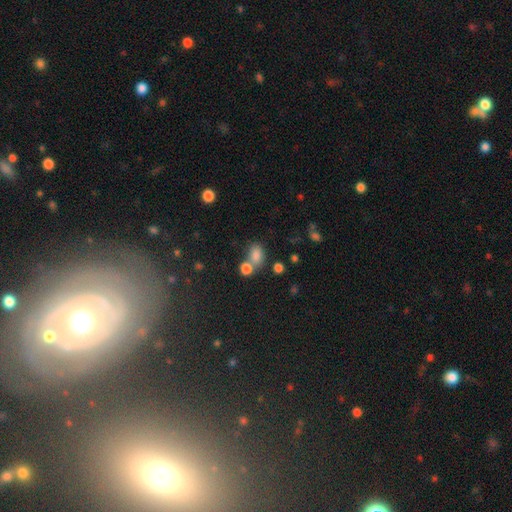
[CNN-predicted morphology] Smooth or featured?
  - smooth: 81% *
  - star or artifact: 12%
  - featured or disk: 7%
How rounded?
  - in between: 73% *
  - round: 25%
  - cigar-shaped: 2%
Merging?
  - none: 44% *
  - merger: 38%
  - minor disturbance: 12%
  - major disturbance: 5%